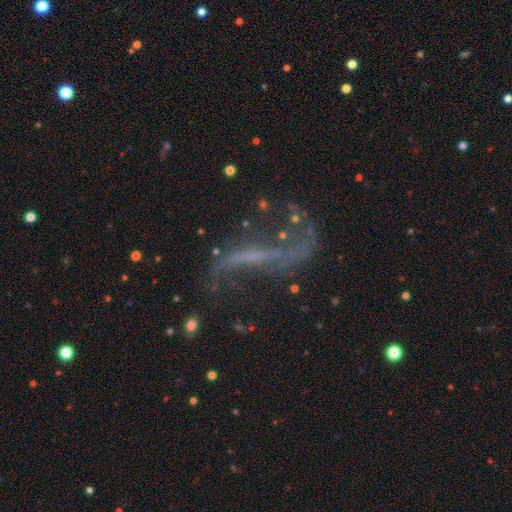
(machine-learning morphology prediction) type=featured or disk (73%); edge-on=no (83%); bar=strong (43%); spiral arms=yes (72%); bulge=none (62%); merging=none (46%).